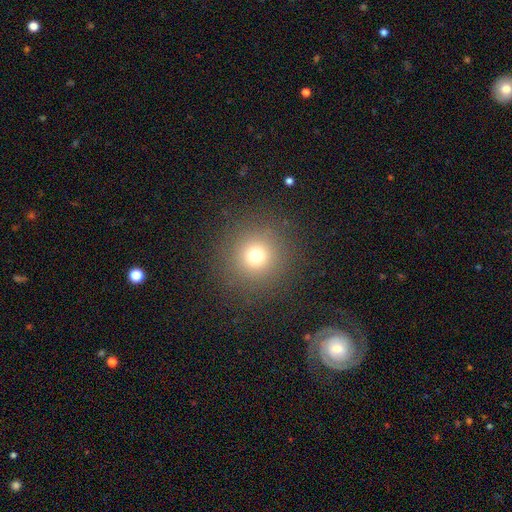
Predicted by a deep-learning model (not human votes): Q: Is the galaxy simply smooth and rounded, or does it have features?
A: smooth — 72%.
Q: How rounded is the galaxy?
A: round — 95%.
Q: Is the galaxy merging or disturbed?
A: none — 89%.